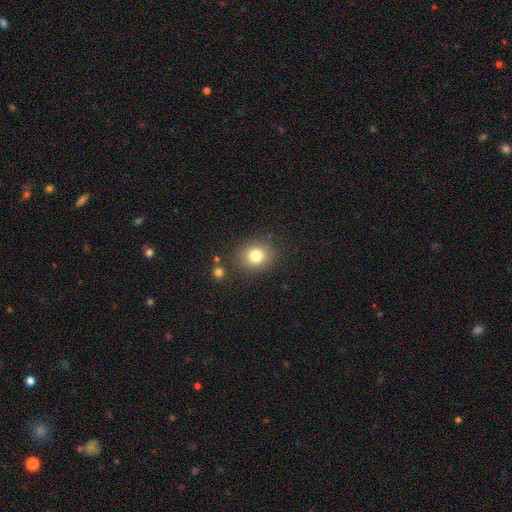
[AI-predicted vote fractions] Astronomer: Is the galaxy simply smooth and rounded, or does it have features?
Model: smooth — 80%.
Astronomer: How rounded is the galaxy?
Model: round — 70%.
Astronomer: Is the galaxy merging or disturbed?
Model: none — 84%.